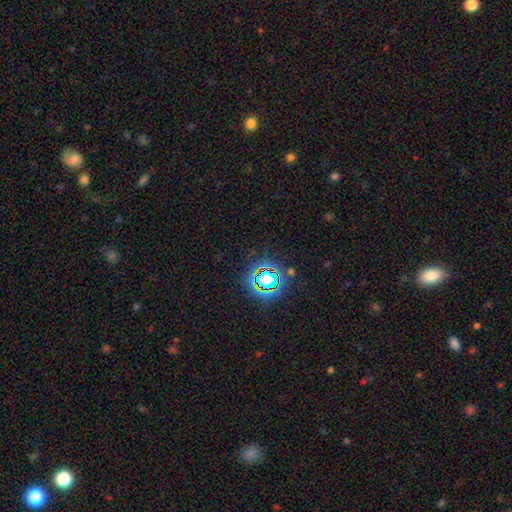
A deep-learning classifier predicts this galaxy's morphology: Smooth or featured? Predicted: star or artifact (p=0.71).